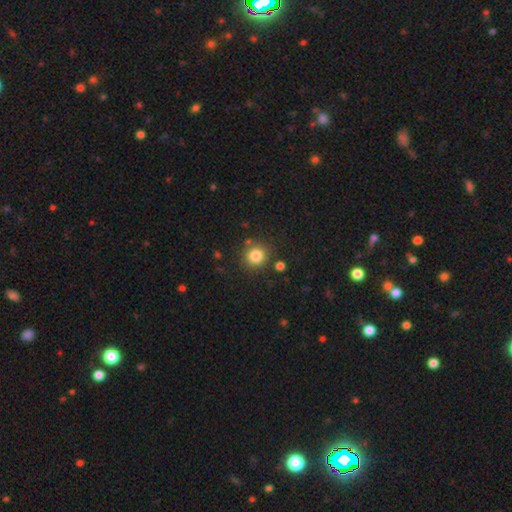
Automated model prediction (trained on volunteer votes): Q: Smooth or featured?
A: smooth (83%); runner-up: star or artifact (11%)
Q: How rounded?
A: round (90%); runner-up: in between (9%)
Q: Merging?
A: none (84%); runner-up: minor disturbance (9%)